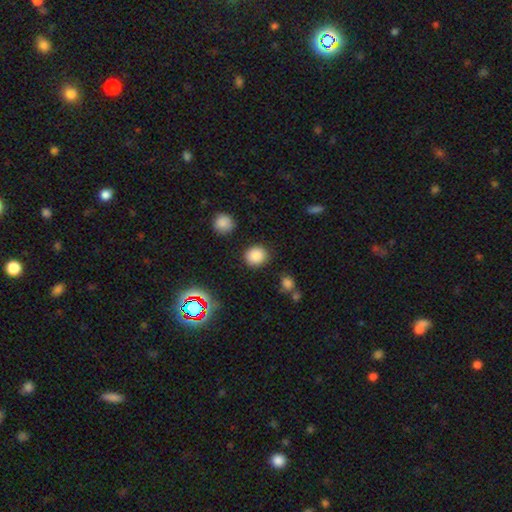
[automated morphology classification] This appears to be a smooth galaxy with no disk features (84%) that is round (87%). Merging: none (88%).